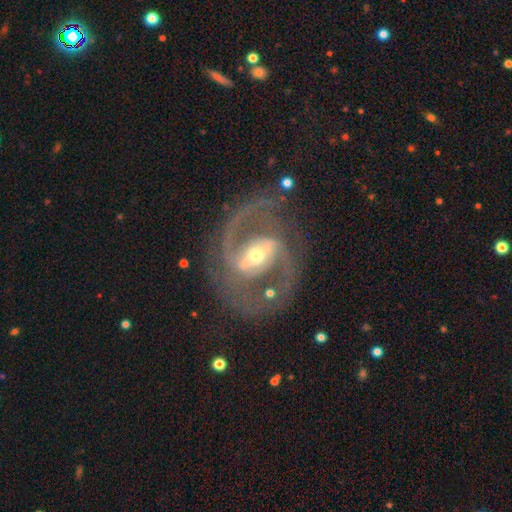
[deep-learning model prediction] featured or disk 90%, star or artifact 5%, smooth 5%. Down the decision tree: edge-on disk — no (96%); bar — strong (64%); spiral arms — yes (95%); spiral arm count — 2 (90%); spiral winding — medium (60%); bulge size — moderate (57%); merging — none (75%).